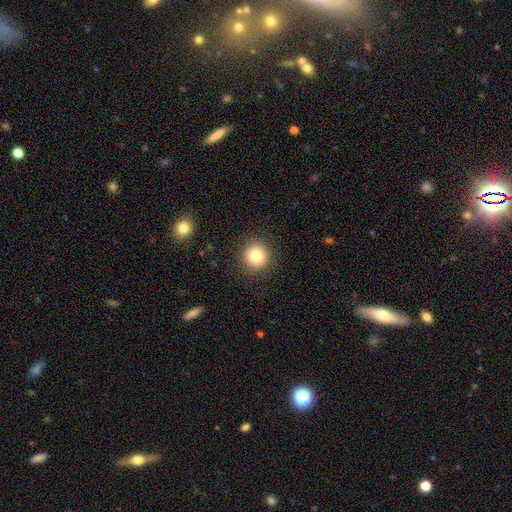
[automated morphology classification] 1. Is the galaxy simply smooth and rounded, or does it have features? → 81% smooth, 11% star or artifact, 8% featured or disk.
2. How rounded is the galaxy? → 94% round, 5% in between, 1% cigar-shaped.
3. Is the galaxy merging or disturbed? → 91% none, 6% minor disturbance, 2% major disturbance, 1% merger.